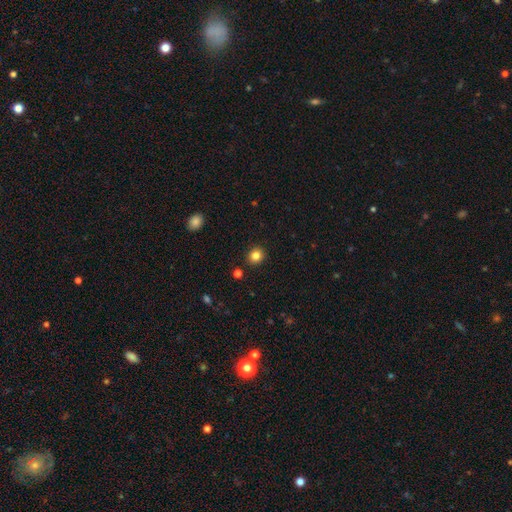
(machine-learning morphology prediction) smooth-or-featured: smooth: 84% | star or artifact: 12% | featured or disk: 5%
  how-rounded: round: 84% | in between: 15% | cigar-shaped: 1%
  merging: none: 91% | minor disturbance: 5% | major disturbance: 2% | merger: 2%